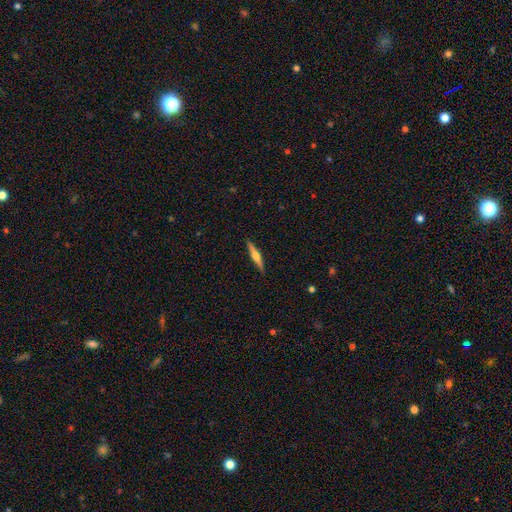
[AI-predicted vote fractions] Q: Smooth or featured?
A: featured or disk (63%); runner-up: smooth (31%)
Q: Edge-on disk?
A: yes (97%); runner-up: no (3%)
Q: Edge-on bulge?
A: rounded (90%); runner-up: boxy (5%)
Q: Merging?
A: none (90%); runner-up: minor disturbance (7%)